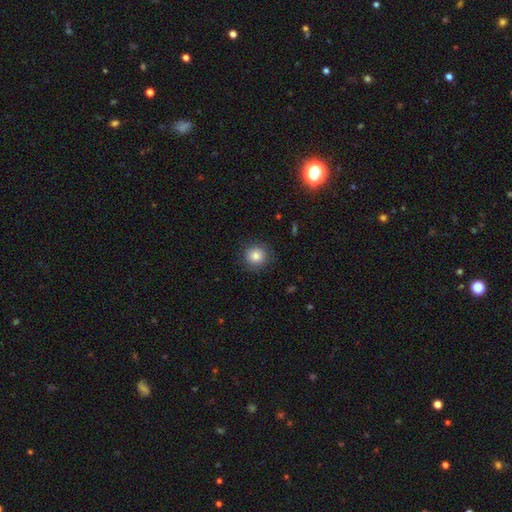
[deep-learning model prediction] Smooth or featured? Predicted: smooth (p=0.82). How rounded? Predicted: round (p=0.92). Merging? Predicted: none (p=0.86).